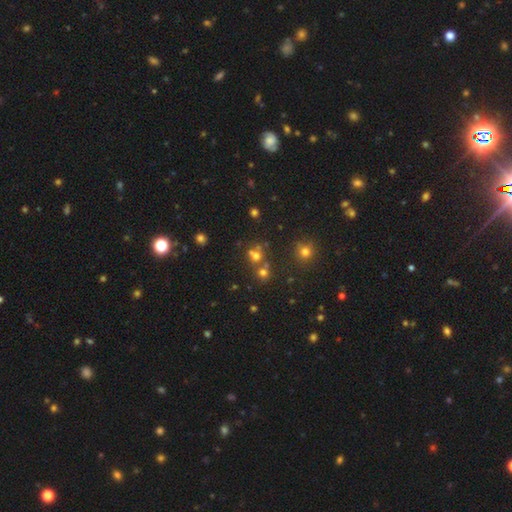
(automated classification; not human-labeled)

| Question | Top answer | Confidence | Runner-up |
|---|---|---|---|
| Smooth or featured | smooth | 58% | star or artifact (28%) |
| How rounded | round | 81% | in between (18%) |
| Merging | none | 52% | merger (36%) |